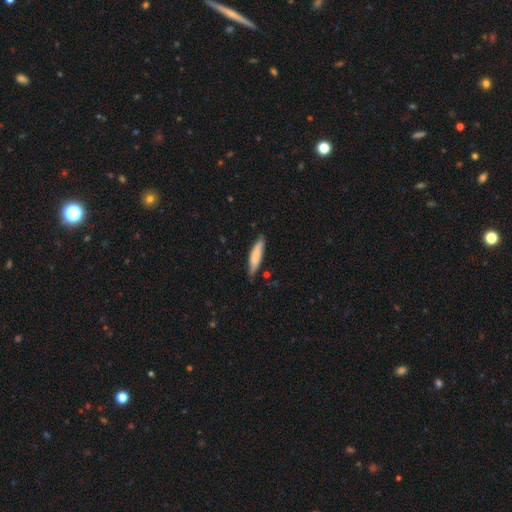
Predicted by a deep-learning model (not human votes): This appears to be a smooth galaxy with no disk features (79%) that is cigar-shaped (79%). Merging: none (74%).